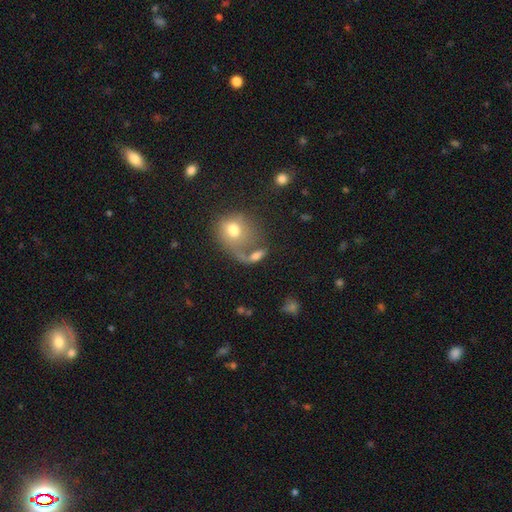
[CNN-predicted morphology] The model was most divided on "merging": merger: 36%, none: 31%, major disturbance: 20%, minor disturbance: 13%. More confident: smooth or featured — smooth (60%); how rounded — in between (59%).